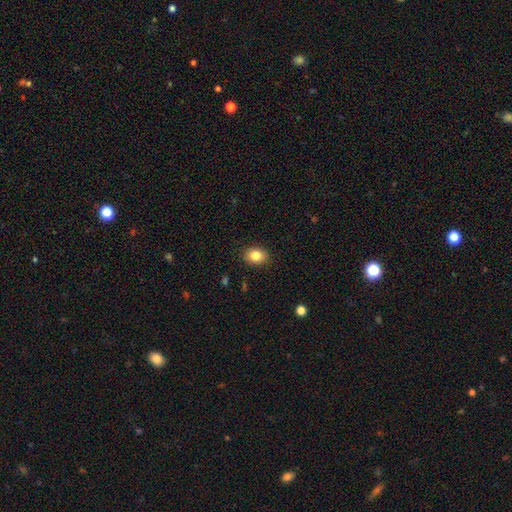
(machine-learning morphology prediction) smooth 83%, star or artifact 9%, featured or disk 7%. Down the decision tree: how rounded — in between (63%); merging — none (89%).